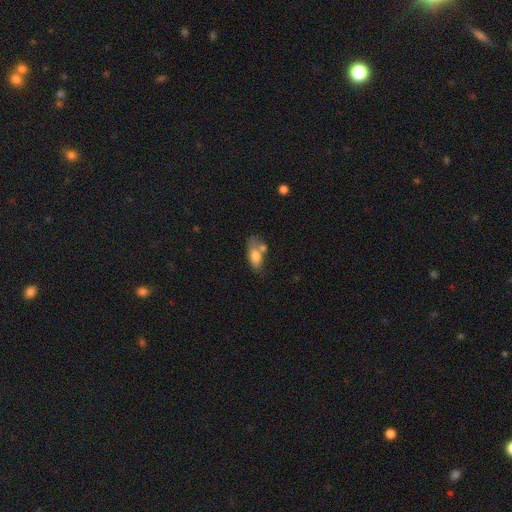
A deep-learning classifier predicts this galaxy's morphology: Smooth or featured? Predicted: smooth (p=0.75). How rounded? Predicted: in between (p=0.86). Merging? Predicted: none (p=0.41).